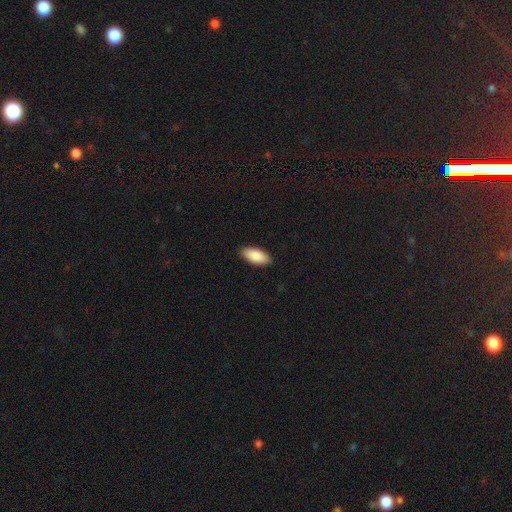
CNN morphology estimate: This is clearly a smooth galaxy (87%). How rounded: clearly in between (89%). Merging: clearly none (89%).